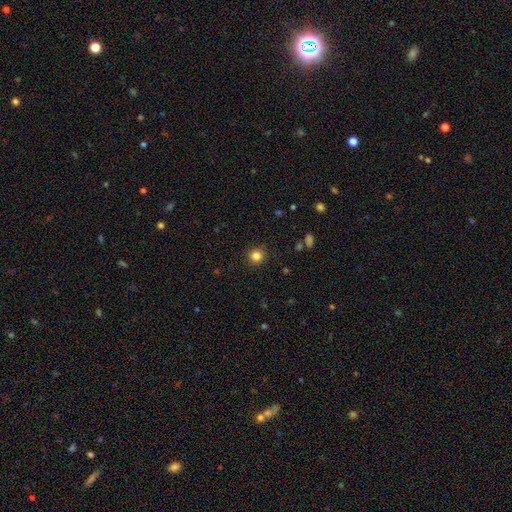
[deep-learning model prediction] Morphology: type=smooth (83%); roundness=round (94%); merging=none (91%).